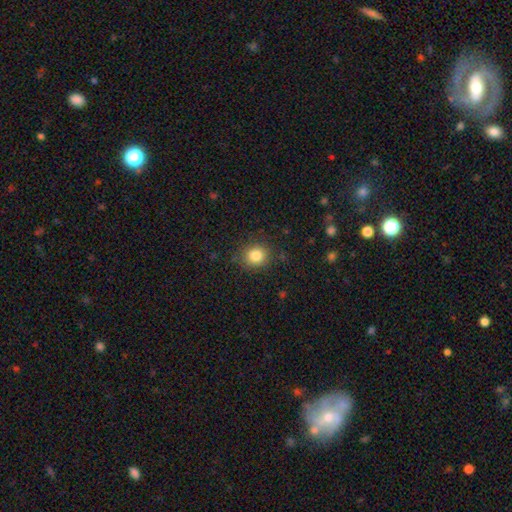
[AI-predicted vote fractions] Smooth or featured?
  - smooth: 83% *
  - star or artifact: 11%
  - featured or disk: 6%
How rounded?
  - round: 85% *
  - in between: 14%
  - cigar-shaped: 1%
Merging?
  - none: 87% *
  - minor disturbance: 9%
  - major disturbance: 3%
  - merger: 1%